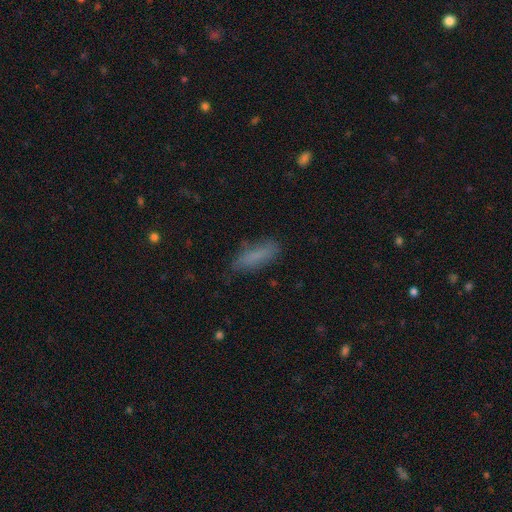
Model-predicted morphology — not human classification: Q: Smooth or featured?
A: smooth (79%); runner-up: featured or disk (12%)
Q: How rounded?
A: cigar-shaped (56%); runner-up: in between (42%)
Q: Merging?
A: none (72%); runner-up: minor disturbance (20%)